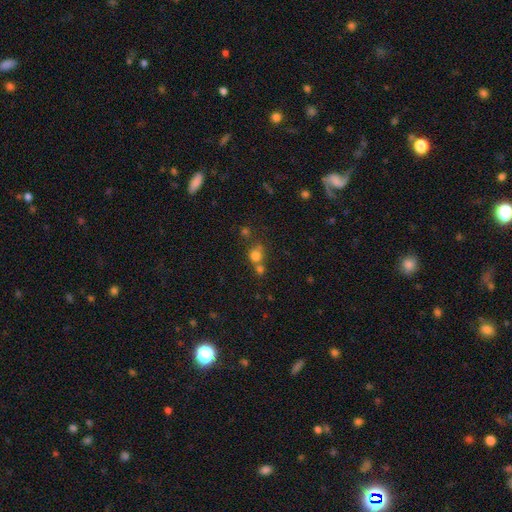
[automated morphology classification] Smooth or featured?
  - smooth: 75% *
  - star or artifact: 16%
  - featured or disk: 9%
How rounded?
  - round: 84% *
  - in between: 14%
  - cigar-shaped: 1%
Merging?
  - none: 48% *
  - merger: 39%
  - minor disturbance: 8%
  - major disturbance: 5%